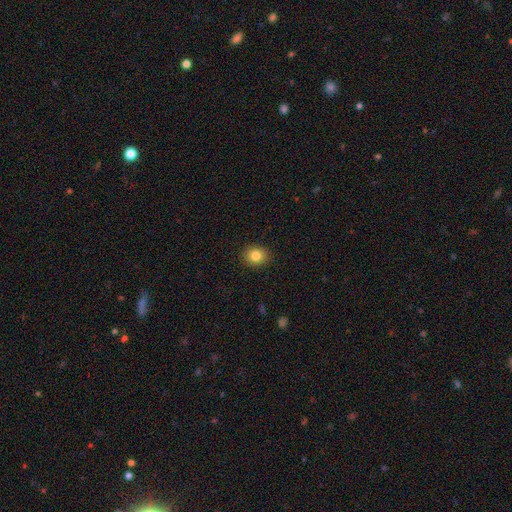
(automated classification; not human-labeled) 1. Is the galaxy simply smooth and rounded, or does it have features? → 83% smooth, 10% star or artifact, 7% featured or disk.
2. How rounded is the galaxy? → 65% round, 34% in between, 1% cigar-shaped.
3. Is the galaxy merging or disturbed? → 90% none, 7% minor disturbance, 2% major disturbance, 1% merger.